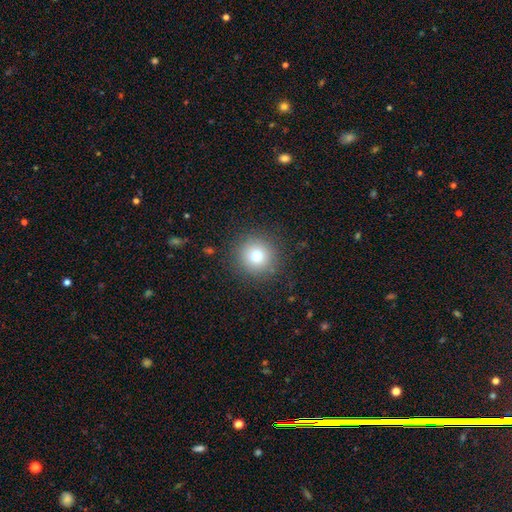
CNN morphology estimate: Smooth or featured?
  - smooth: 77% *
  - star or artifact: 13%
  - featured or disk: 10%
How rounded?
  - round: 94% *
  - in between: 5%
  - cigar-shaped: 1%
Merging?
  - none: 88% *
  - minor disturbance: 7%
  - major disturbance: 3%
  - merger: 1%